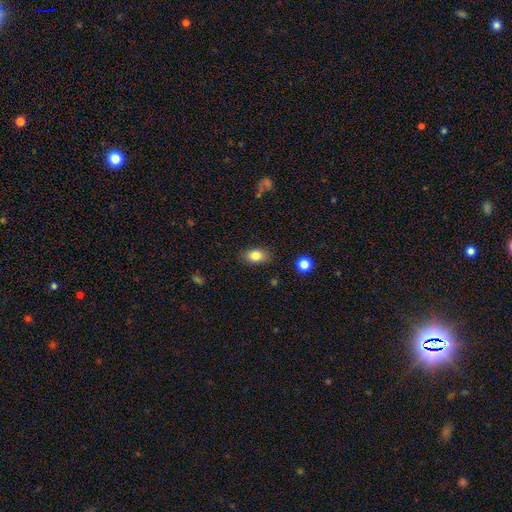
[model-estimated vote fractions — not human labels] smooth 83%, star or artifact 9%, featured or disk 9%. Down the decision tree: how rounded — in between (80%); merging — none (85%).